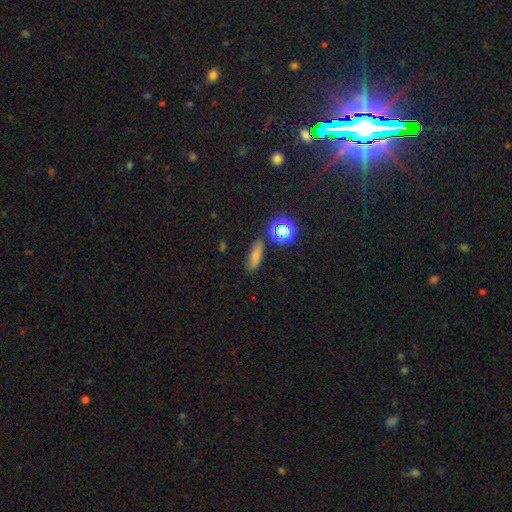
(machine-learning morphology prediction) smooth_or_featured: smooth (p=0.72) [alt: star or artifact p=0.18]
how_rounded: in between (p=0.56) [alt: cigar-shaped p=0.35]
merging: none (p=0.78) [alt: minor disturbance p=0.14]